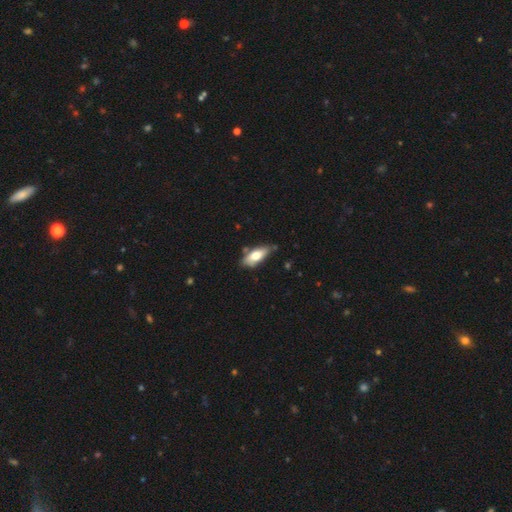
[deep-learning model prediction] Overall: smooth (69%). How rounded: in between (80%). Merging: none (62%; minor disturbance 26%).